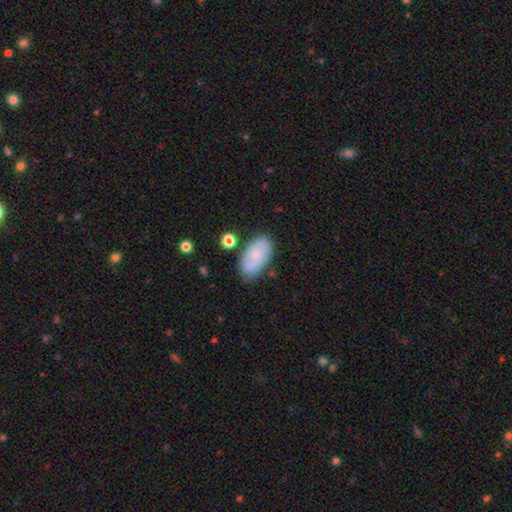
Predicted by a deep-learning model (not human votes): smooth 57%, featured or disk 36%, star or artifact 7%. Down the decision tree: how rounded — in between (93%); merging — none (73%).